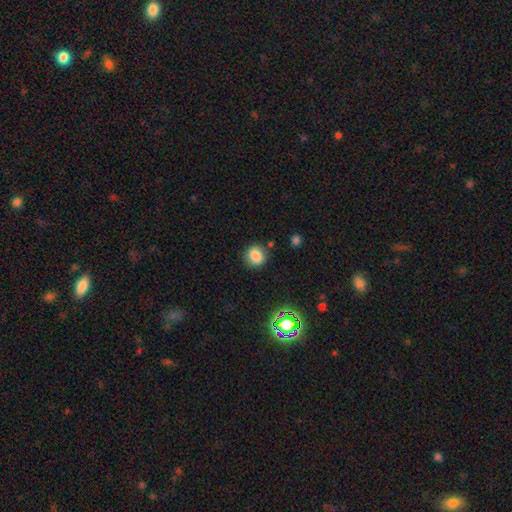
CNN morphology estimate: type=smooth (80%); roundness=round (75%); merging=none (81%).